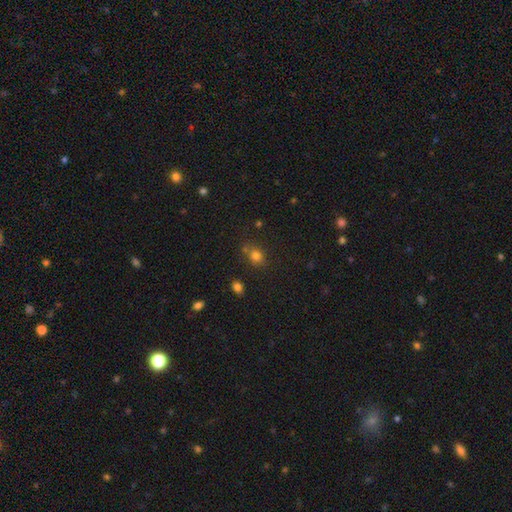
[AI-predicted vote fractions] Smooth or featured? Predicted: smooth (p=0.76). How rounded? Predicted: round (p=0.66). Merging? Predicted: none (p=0.66).